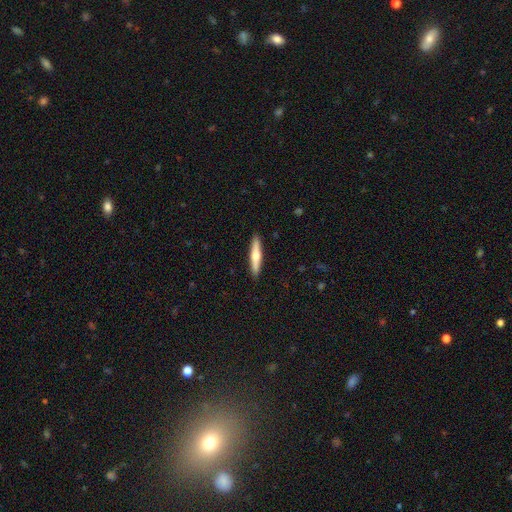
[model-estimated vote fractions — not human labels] Smooth or featured: smooth — 48% (featured or disk — 47%)
Merging: none — 91% (minor disturbance — 7%)